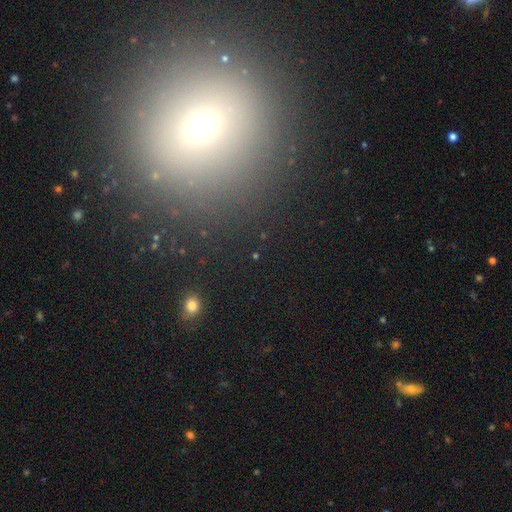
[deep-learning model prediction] Smooth or featured: star or artifact — 54% (smooth — 31%)